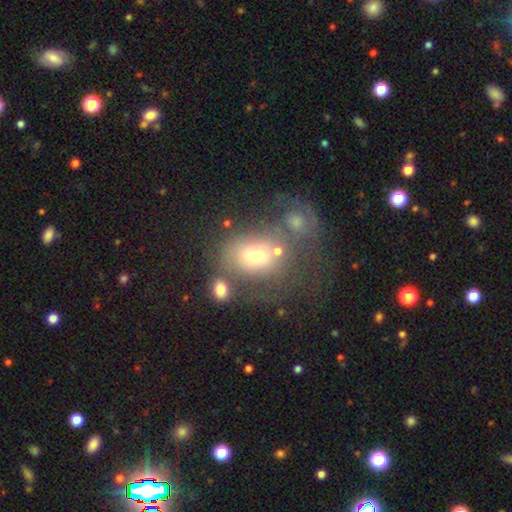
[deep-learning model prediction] smooth-or-featured: smooth: 64% | featured or disk: 22% | star or artifact: 14%
  how-rounded: in between: 51% | round: 48% | cigar-shaped: 1%
  merging: none: 41% | merger: 28% | minor disturbance: 17% | major disturbance: 15%